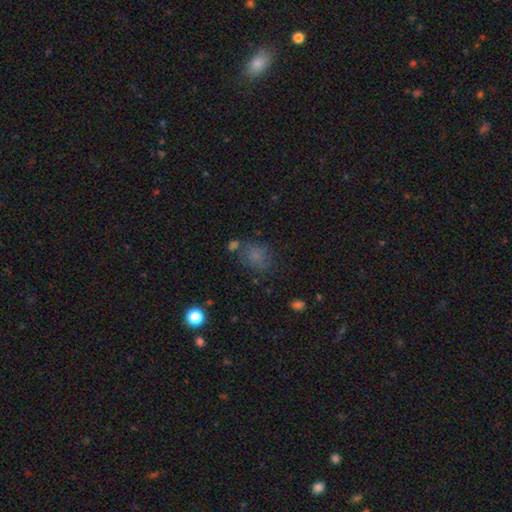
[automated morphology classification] Smooth or featured?
  - smooth: 71% *
  - star or artifact: 21%
  - featured or disk: 8%
How rounded?
  - round: 62% *
  - in between: 37%
  - cigar-shaped: 1%
Merging?
  - none: 65% *
  - minor disturbance: 16%
  - merger: 12%
  - major disturbance: 7%